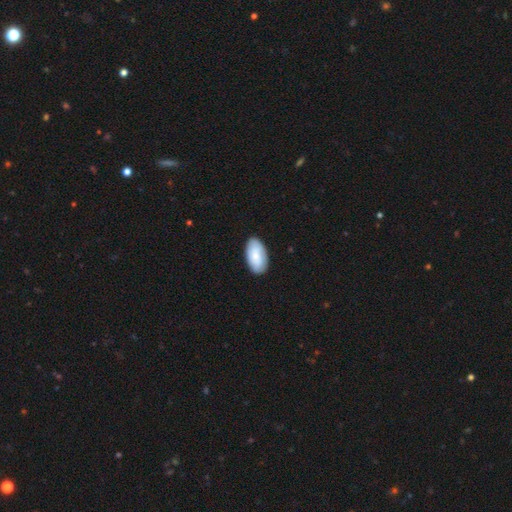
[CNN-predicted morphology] smooth 79%, featured or disk 15%, star or artifact 5%. Down the decision tree: how rounded — in between (95%); merging — none (86%).